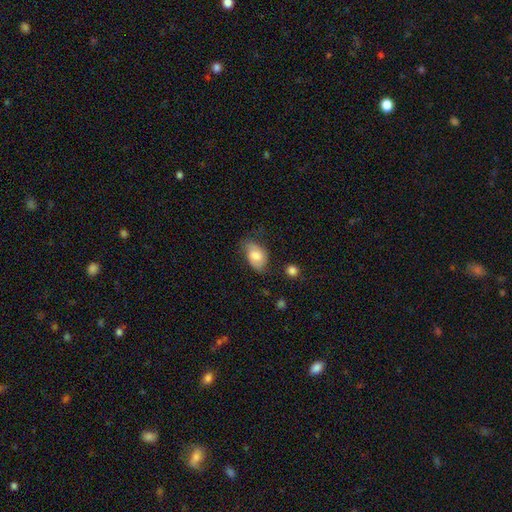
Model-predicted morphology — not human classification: This is likely a smooth galaxy (65%). How rounded: clearly in between (88%). Merging: possibly none (53%).